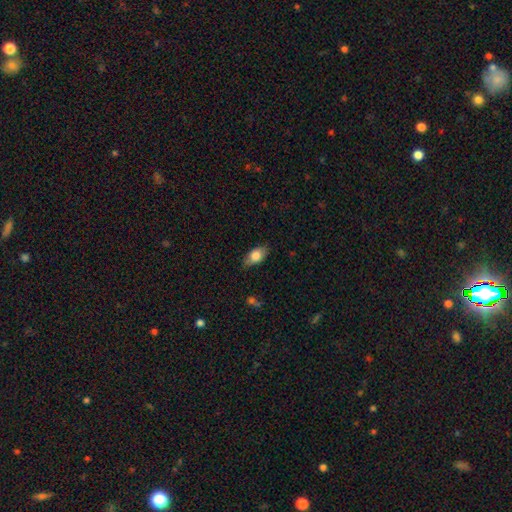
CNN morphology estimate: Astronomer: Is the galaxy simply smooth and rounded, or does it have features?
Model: smooth — 78%.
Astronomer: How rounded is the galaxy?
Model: in between — 88%.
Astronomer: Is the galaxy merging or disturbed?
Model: none — 77%.